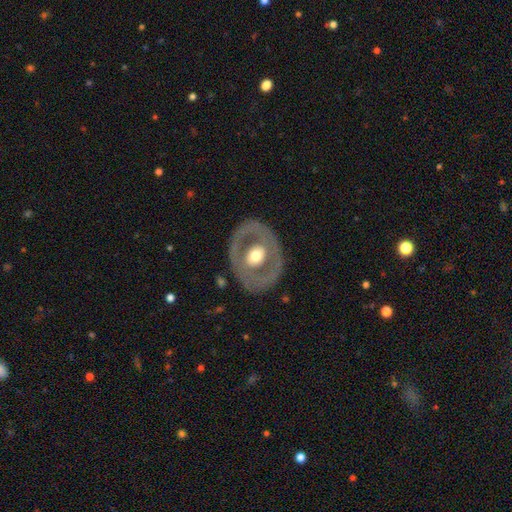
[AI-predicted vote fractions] smooth-or-featured: featured or disk: 64% | smooth: 31% | star or artifact: 5%
  disk-edge-on: no: 94% | yes: 6%
    bar: no: 78% | weak: 15% | strong: 7%
    has-spiral-arms: no: 86% | yes: 14%
    bulge-size: moderate: 65% | large: 25% | small: 7% | dominant: 2% | none: 1%
  merging: none: 80% | minor disturbance: 12% | major disturbance: 7% | merger: 1%